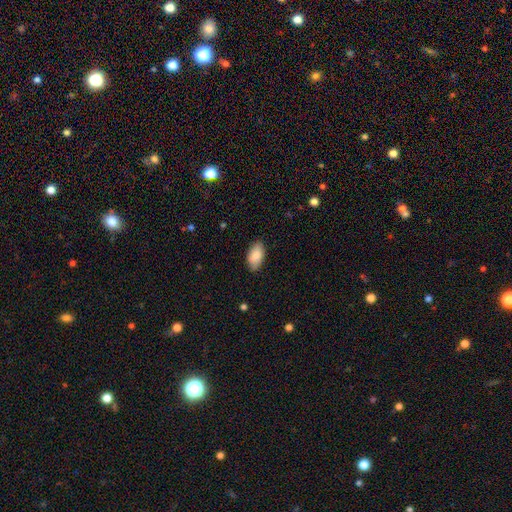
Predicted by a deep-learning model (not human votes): The model was most divided on "merging": none: 84%, minor disturbance: 12%, major disturbance: 2%, merger: 1%. More confident: how rounded — in between (94%); smooth or featured — smooth (85%).